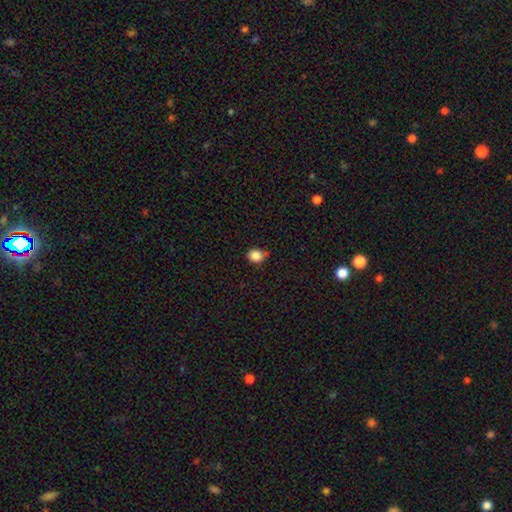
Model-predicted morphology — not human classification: smooth_or_featured: smooth (p=0.86) [alt: star or artifact p=0.10]
how_rounded: round (p=0.65) [alt: in between p=0.34]
merging: none (p=0.62) [alt: minor disturbance p=0.30]